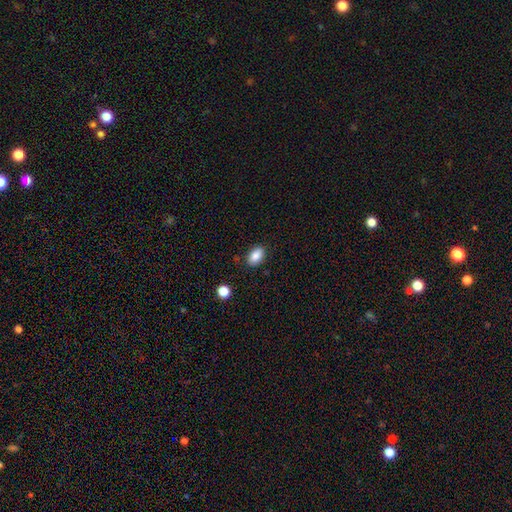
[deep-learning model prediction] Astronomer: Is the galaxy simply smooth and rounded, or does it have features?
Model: smooth — 87%.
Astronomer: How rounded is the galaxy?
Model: in between — 89%.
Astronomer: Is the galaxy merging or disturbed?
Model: none — 85%.